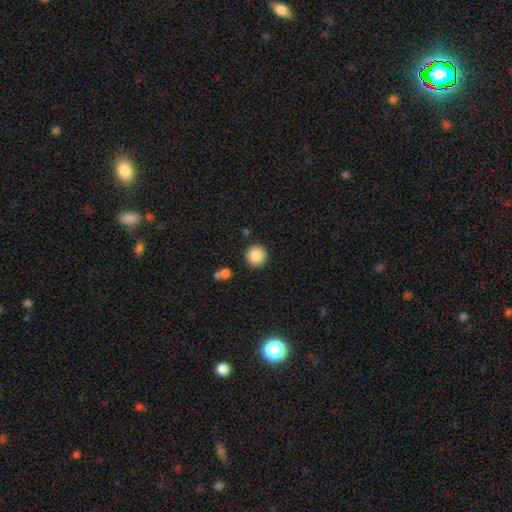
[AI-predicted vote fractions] Smooth or featured: smooth — 87% (star or artifact — 9%)
How rounded: round — 95% (in between — 4%)
Merging: none — 89% (minor disturbance — 6%)